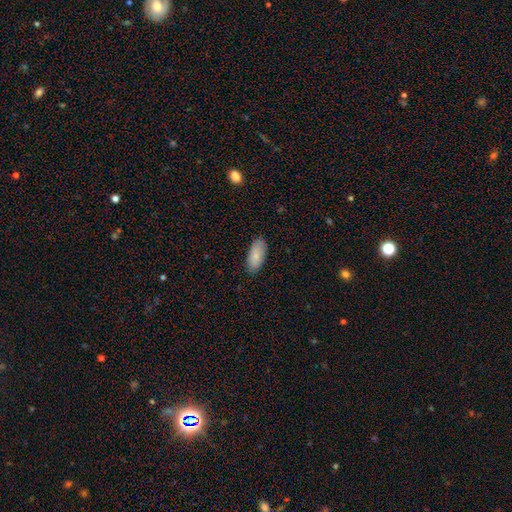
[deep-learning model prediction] This is clearly a smooth galaxy (83%). How rounded: clearly in between (91%). Merging: clearly none (85%).